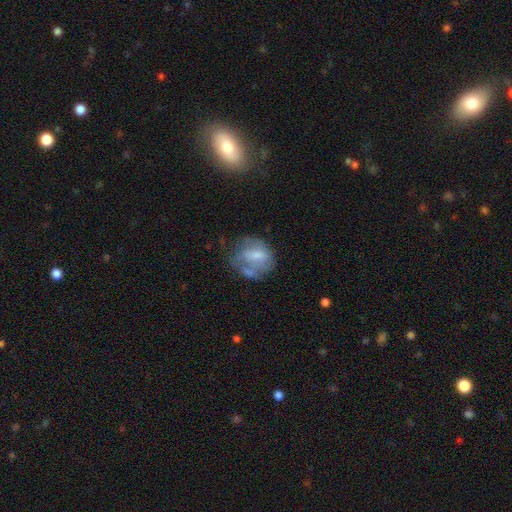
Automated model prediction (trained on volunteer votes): Overall: smooth (49%; featured or disk 41%). Merging: none (38%; minor disturbance 26%).